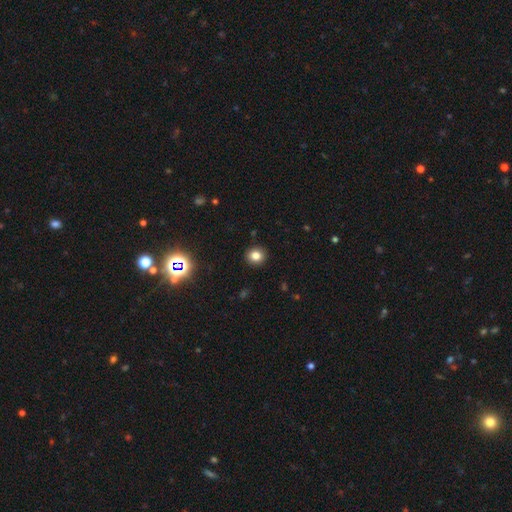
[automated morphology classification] Overall: smooth (80%). How rounded: round (85%). Merging: none (92%).